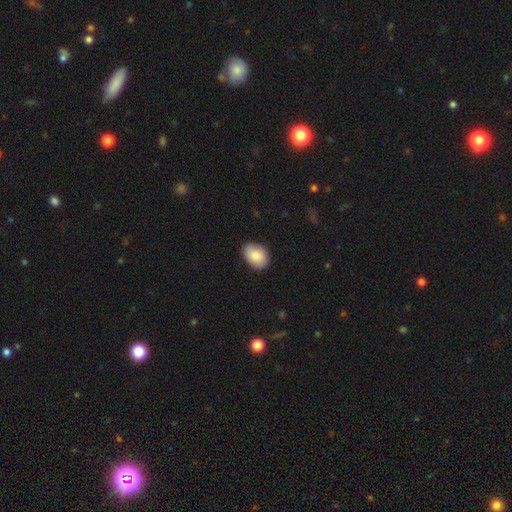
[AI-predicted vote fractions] Q: Smooth or featured?
A: smooth (87%); runner-up: featured or disk (7%)
Q: How rounded?
A: in between (81%); runner-up: round (18%)
Q: Merging?
A: none (86%); runner-up: minor disturbance (11%)